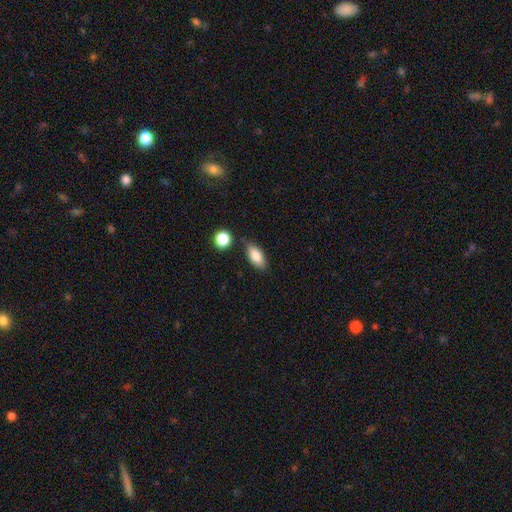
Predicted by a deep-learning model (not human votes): Morphology: type=smooth (83%); roundness=in between (87%); merging=none (78%).